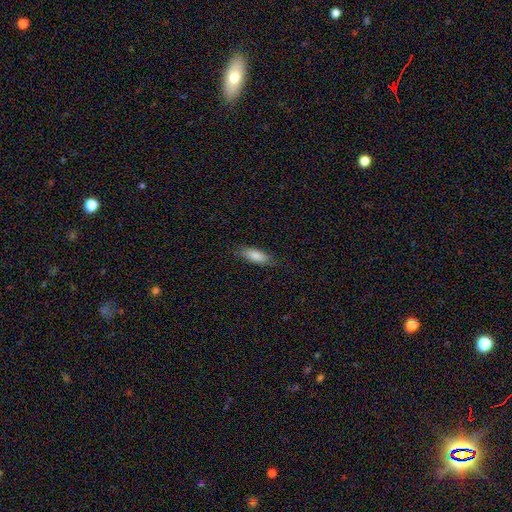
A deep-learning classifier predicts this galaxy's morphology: A smooth galaxy with no disk features (84%) that is in between round and cigar-shaped (67%). Merging: none (81%).